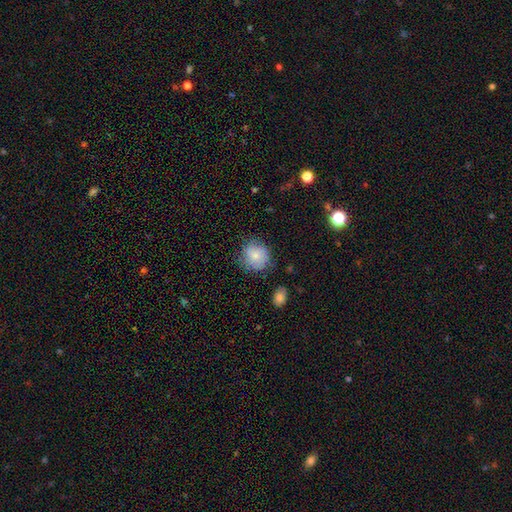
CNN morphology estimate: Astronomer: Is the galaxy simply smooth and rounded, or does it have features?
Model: smooth — 78%.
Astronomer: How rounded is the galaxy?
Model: round — 84%.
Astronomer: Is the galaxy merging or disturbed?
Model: none — 68%.